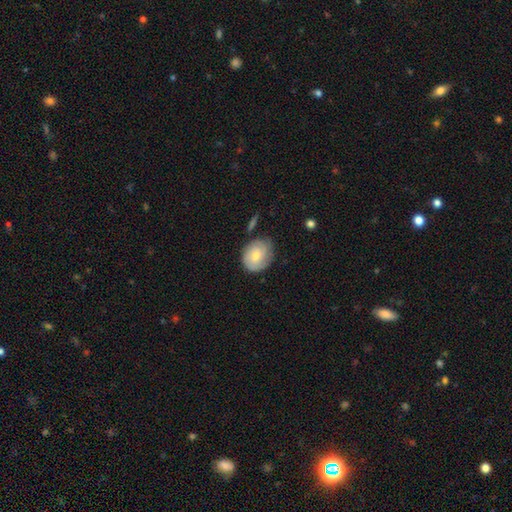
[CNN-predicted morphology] Overall: smooth (59%; featured or disk 34%). How rounded: round (57%; in between 42%). Merging: none (67%).